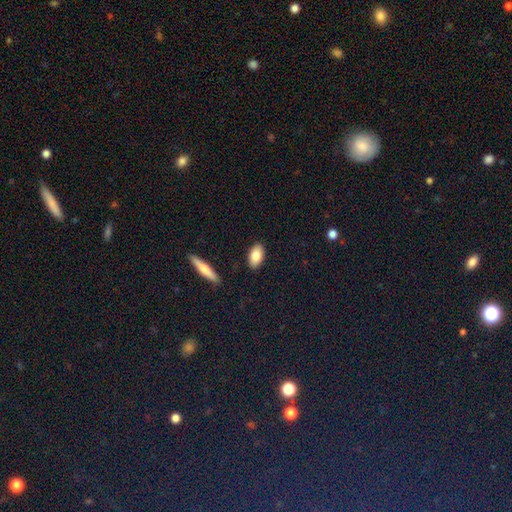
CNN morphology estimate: Smooth or featured? Predicted: smooth (p=0.82). How rounded? Predicted: in between (p=0.92). Merging? Predicted: none (p=0.89).